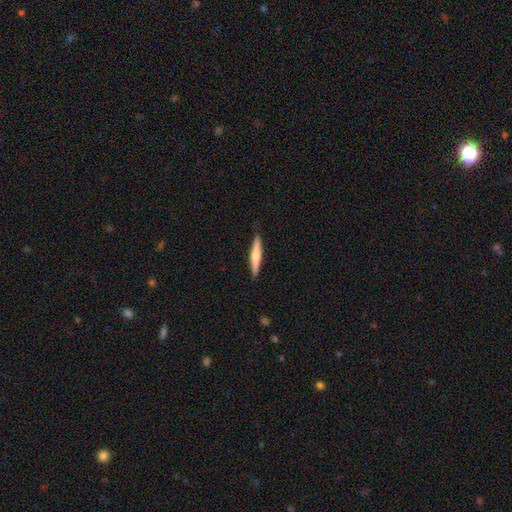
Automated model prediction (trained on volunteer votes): Smooth or featured?
  - featured or disk: 49% *
  - smooth: 46%
  - star or artifact: 5%
Merging?
  - none: 89% *
  - minor disturbance: 8%
  - major disturbance: 1%
  - merger: 1%